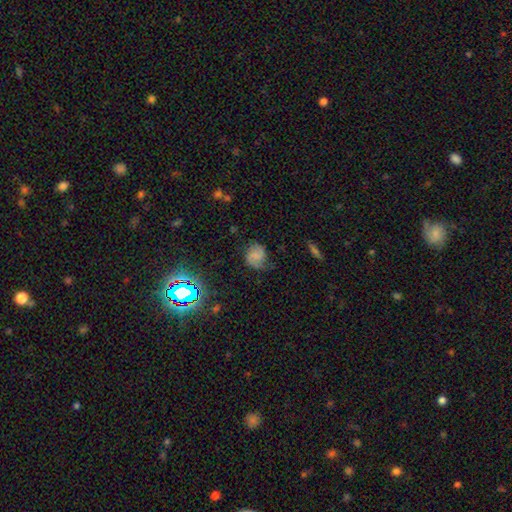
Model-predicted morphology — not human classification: Q: Smooth or featured?
A: smooth (46%); runner-up: featured or disk (40%)
Q: Merging?
A: none (62%); runner-up: minor disturbance (25%)